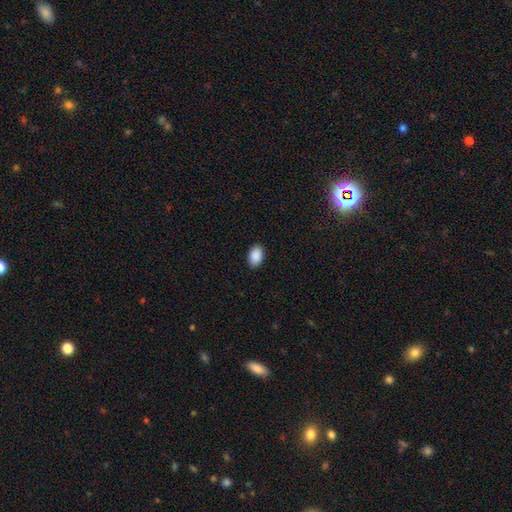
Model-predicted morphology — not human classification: A smooth galaxy with no disk features (91%) that is in between round and cigar-shaped (87%).

Vote fractions:
- Smooth or featured? smooth: 91% / star or artifact: 7% / featured or disk: 2%
- How rounded? in between: 87% / round: 12% / cigar-shaped: 1%
- Merging? none: 90% / minor disturbance: 7% / major disturbance: 2% / merger: 1%